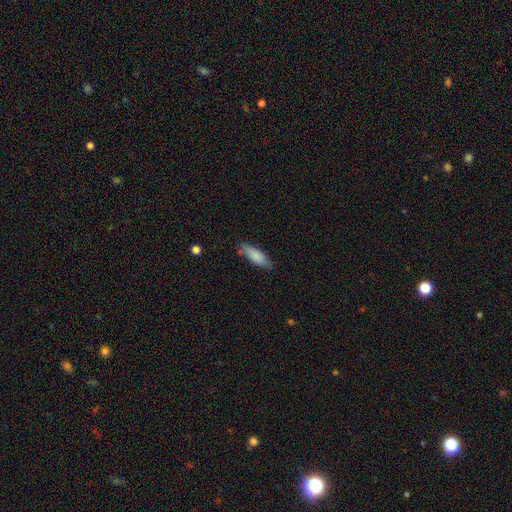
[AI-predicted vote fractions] A smooth galaxy with no disk features (81%) that is in between round and cigar-shaped (54%). Merging: none (76%).